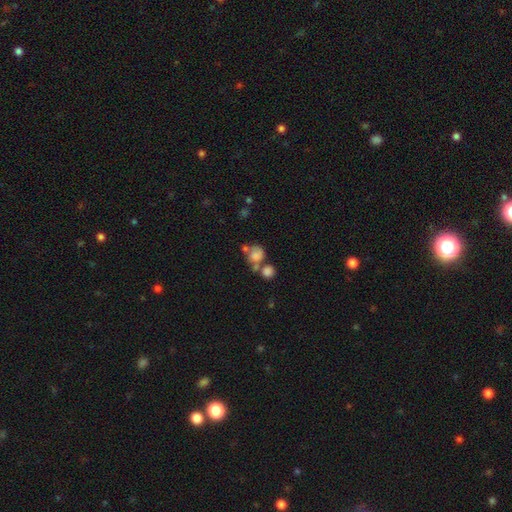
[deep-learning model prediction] Smooth or featured?
  - smooth: 73% *
  - featured or disk: 17%
  - star or artifact: 11%
How rounded?
  - round: 72% *
  - in between: 27%
  - cigar-shaped: 1%
Merging?
  - merger: 46% *
  - none: 33%
  - minor disturbance: 12%
  - major disturbance: 9%